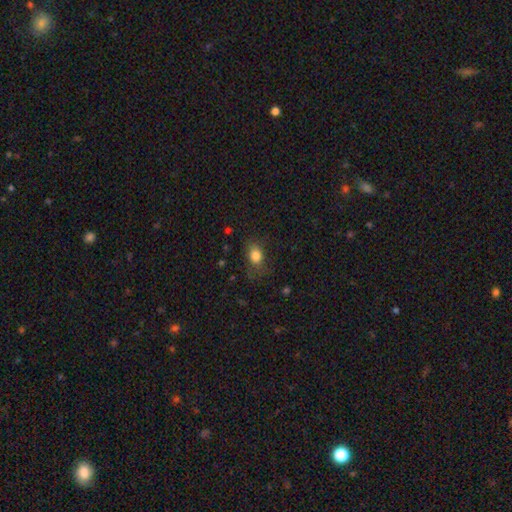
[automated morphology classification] type=smooth (82%); roundness=in between (67%); merging=none (66%).